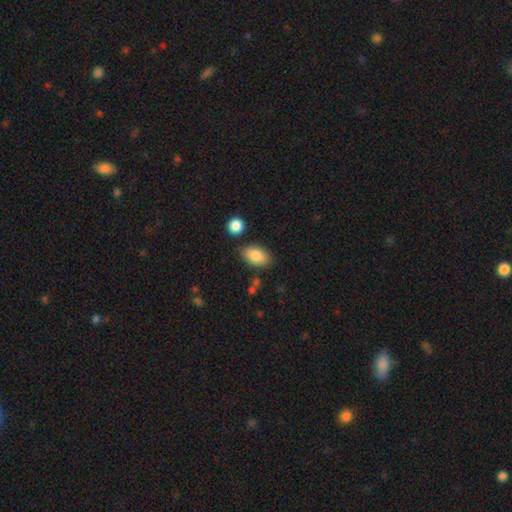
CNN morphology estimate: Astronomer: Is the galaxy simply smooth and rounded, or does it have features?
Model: smooth — 85%.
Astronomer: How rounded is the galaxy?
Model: in between — 91%.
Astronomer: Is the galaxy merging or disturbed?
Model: none — 79%.